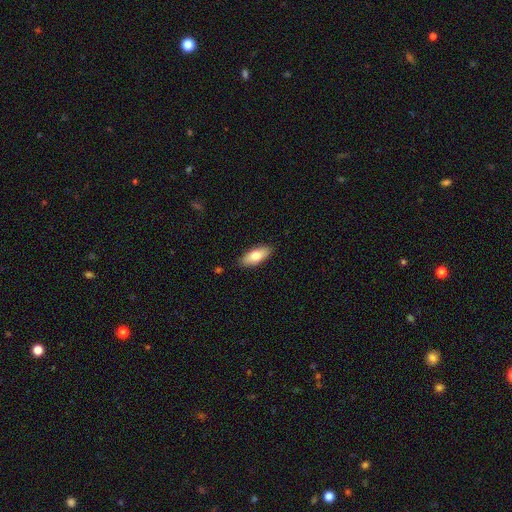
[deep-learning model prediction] This is likely a smooth galaxy (75%). How rounded: clearly in between (82%). Merging: clearly none (88%).